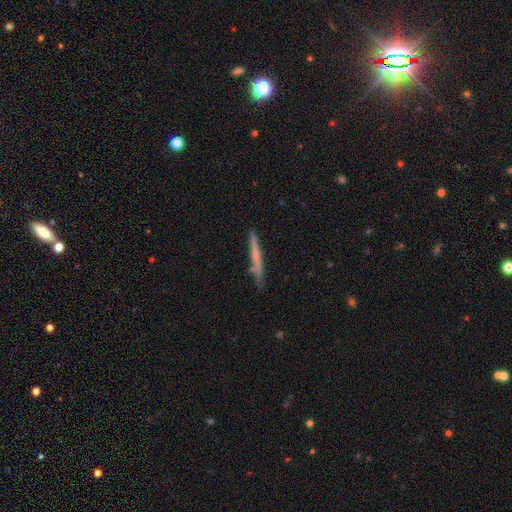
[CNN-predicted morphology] Smooth or featured?
  - smooth: 54% *
  - featured or disk: 40%
  - star or artifact: 6%
How rounded?
  - cigar-shaped: 96% *
  - in between: 2%
  - round: 1%
Merging?
  - none: 80% *
  - minor disturbance: 15%
  - major disturbance: 3%
  - merger: 3%